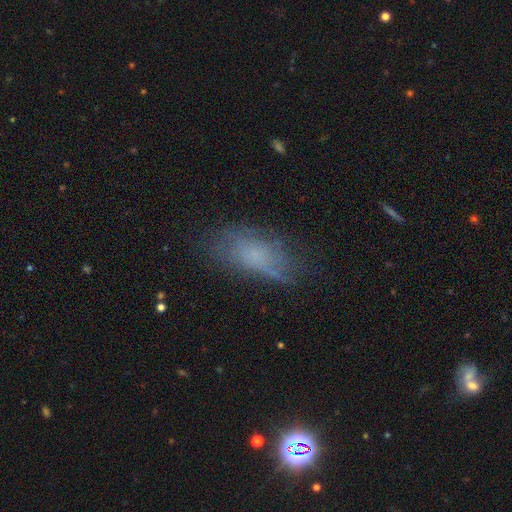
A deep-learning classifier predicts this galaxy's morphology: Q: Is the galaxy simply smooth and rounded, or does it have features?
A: smooth — 57%.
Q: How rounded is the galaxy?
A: in between — 86%.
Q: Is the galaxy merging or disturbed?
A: none — 56%.